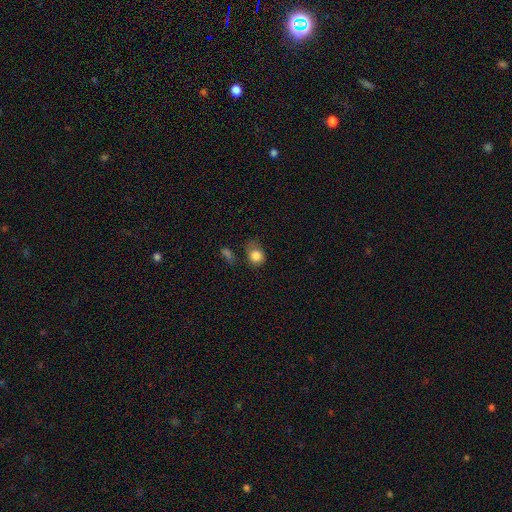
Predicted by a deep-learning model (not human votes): Smooth or featured? Predicted: smooth (p=0.82). How rounded? Predicted: round (p=0.60). Merging? Predicted: none (p=0.47).